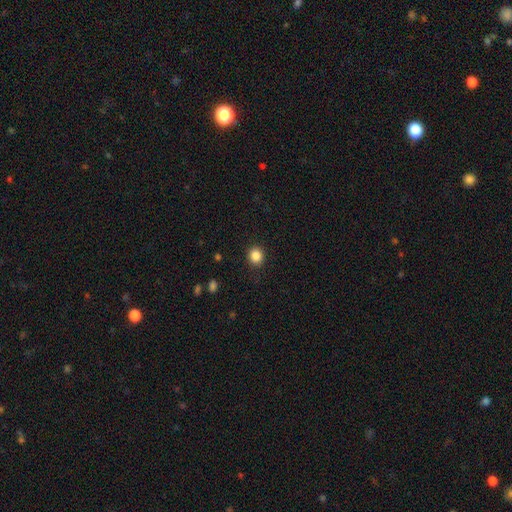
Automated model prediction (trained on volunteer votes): This is clearly a smooth galaxy (86%). How rounded: clearly round (80%). Merging: clearly none (90%).